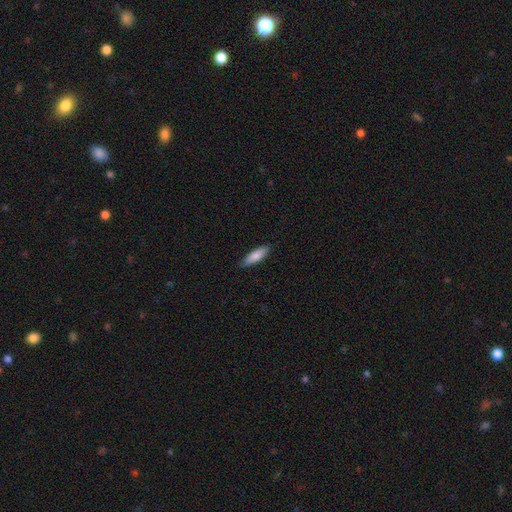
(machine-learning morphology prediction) smooth 81%, featured or disk 13%, star or artifact 6%. Down the decision tree: how rounded — cigar-shaped (56%); merging — none (87%).